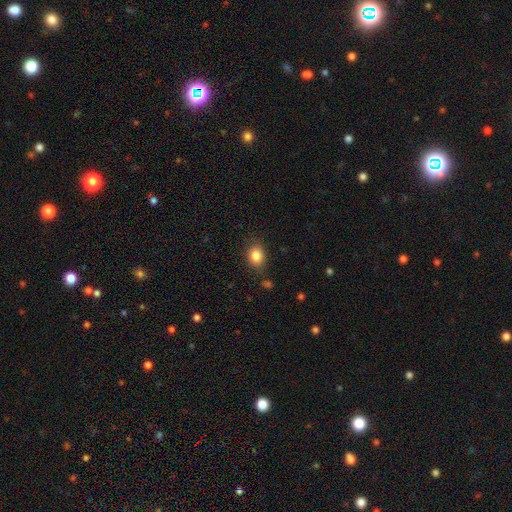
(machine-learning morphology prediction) This appears to be a smooth galaxy with no disk features (84%) that is in between round and cigar-shaped (57%). Merging: none (82%).